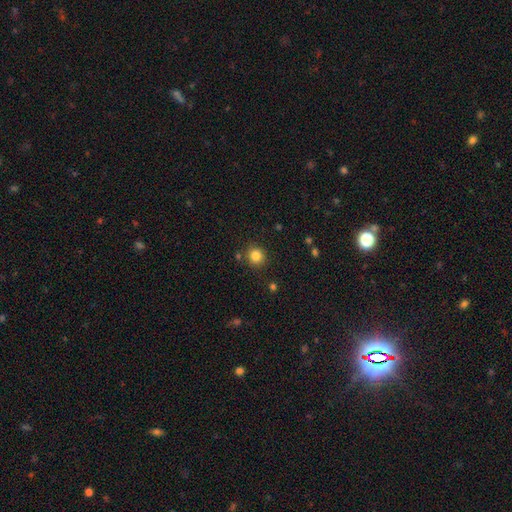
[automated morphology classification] The model was most divided on "smooth or featured": smooth: 84%, star or artifact: 11%, featured or disk: 5%. More confident: how rounded — round (88%); merging — none (85%).